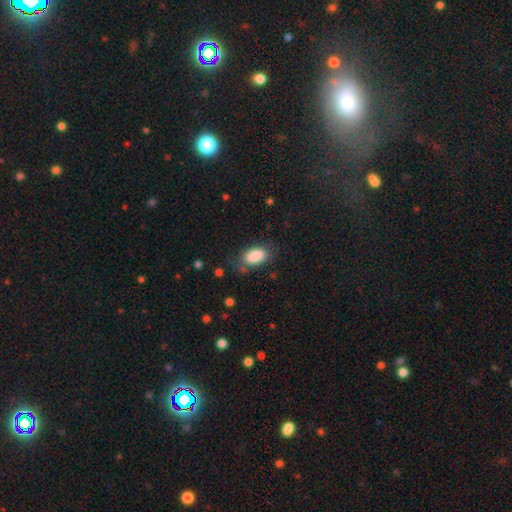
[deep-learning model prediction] Smooth or featured?
  - smooth: 87% *
  - star or artifact: 7%
  - featured or disk: 6%
How rounded?
  - in between: 92% *
  - round: 4%
  - cigar-shaped: 3%
Merging?
  - none: 69% *
  - minor disturbance: 21%
  - major disturbance: 7%
  - merger: 2%